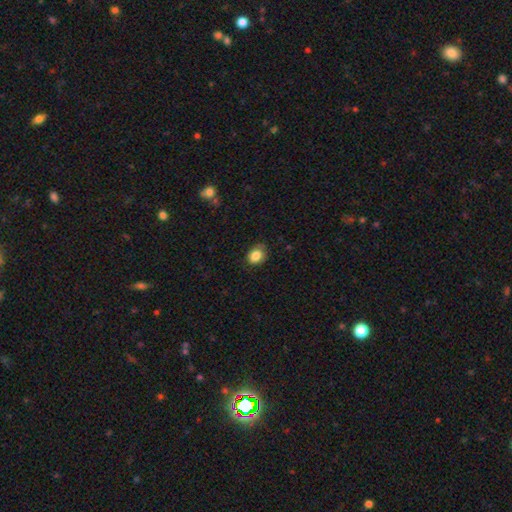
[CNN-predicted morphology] smooth_or_featured: smooth (p=0.84) [alt: star or artifact p=0.09]
how_rounded: in between (p=0.60) [alt: round p=0.39]
merging: none (p=0.70) [alt: minor disturbance p=0.24]